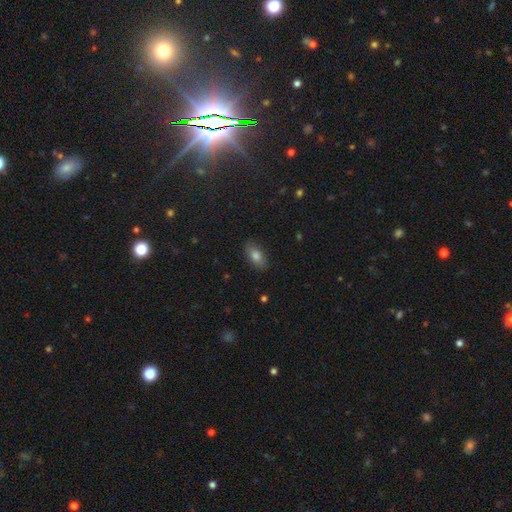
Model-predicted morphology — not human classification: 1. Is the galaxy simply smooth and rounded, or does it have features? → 78% smooth, 13% featured or disk, 9% star or artifact.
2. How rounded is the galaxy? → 88% in between, 7% cigar-shaped, 5% round.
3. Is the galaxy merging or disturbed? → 86% none, 11% minor disturbance, 2% major disturbance, 1% merger.